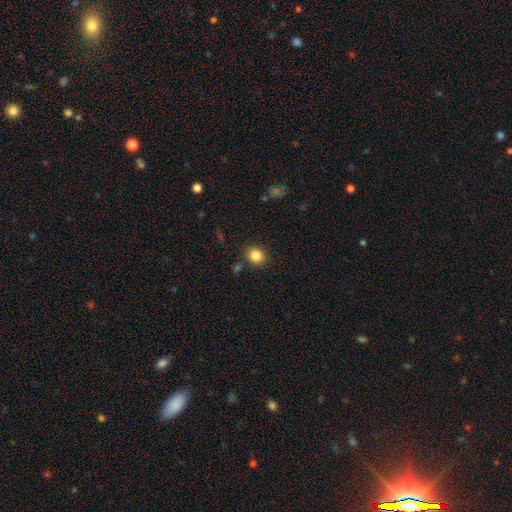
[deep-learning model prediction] A smooth galaxy with no disk features (86%) that is round (71%). Merging: none (85%).